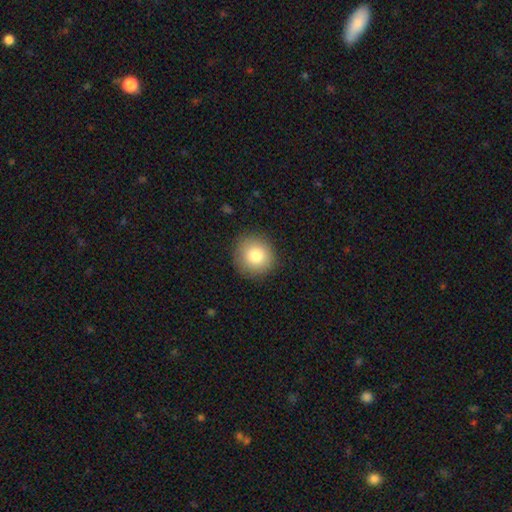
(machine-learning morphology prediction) Smooth or featured: smooth — 81% (star or artifact — 10%)
How rounded: round — 92% (in between — 7%)
Merging: none — 89% (minor disturbance — 7%)